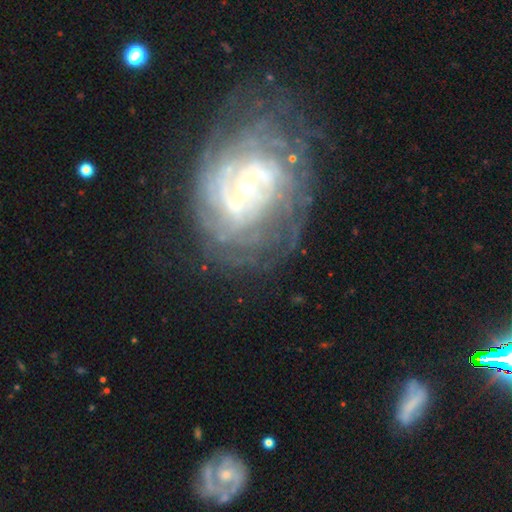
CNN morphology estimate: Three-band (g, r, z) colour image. It shows a featured or disk galaxy (82%) with a weak bar (43%), tight (67%) spiral arms (85%) and a small central bulge (60%). Merging: none (64%).